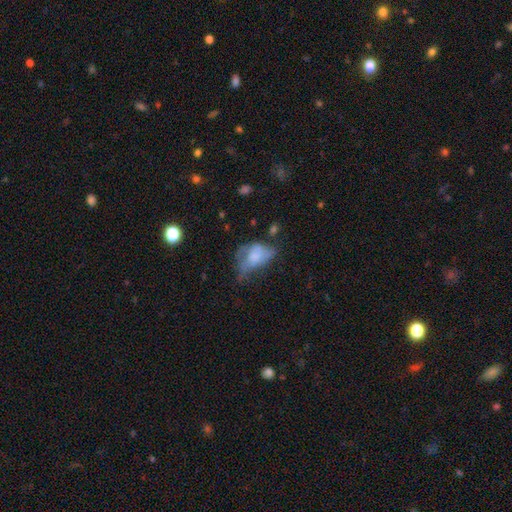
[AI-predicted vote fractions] Q: Smooth or featured?
A: smooth (53%); runner-up: featured or disk (36%)
Q: How rounded?
A: in between (81%); runner-up: round (16%)
Q: Merging?
A: major disturbance (47%); runner-up: minor disturbance (27%)